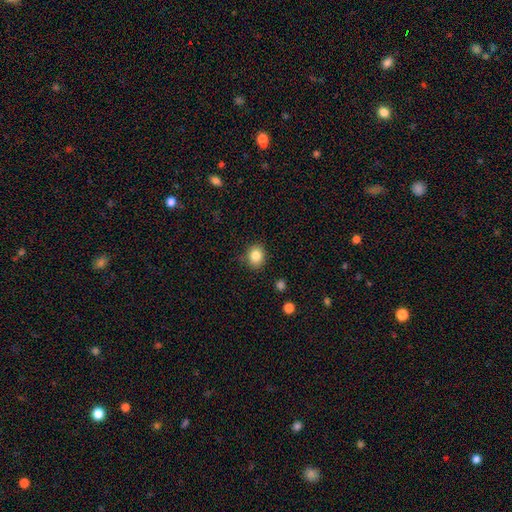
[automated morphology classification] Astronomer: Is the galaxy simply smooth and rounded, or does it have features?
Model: smooth — 84%.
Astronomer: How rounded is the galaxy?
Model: round — 60% (runner-up: in between, 39%).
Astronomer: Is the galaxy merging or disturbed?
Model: none — 84%.